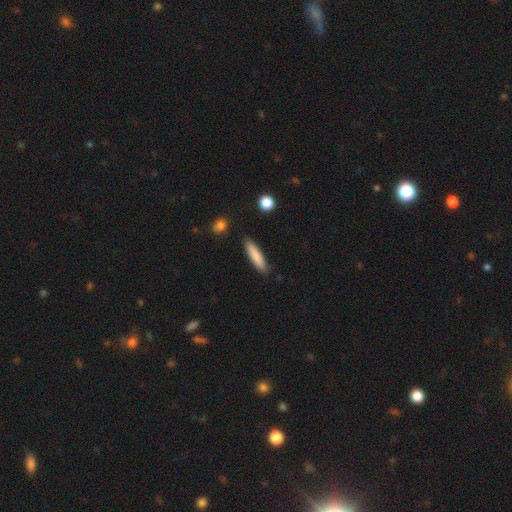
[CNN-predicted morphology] Q: Smooth or featured?
A: smooth (84%); runner-up: featured or disk (10%)
Q: How rounded?
A: cigar-shaped (84%); runner-up: in between (14%)
Q: Merging?
A: none (89%); runner-up: minor disturbance (8%)